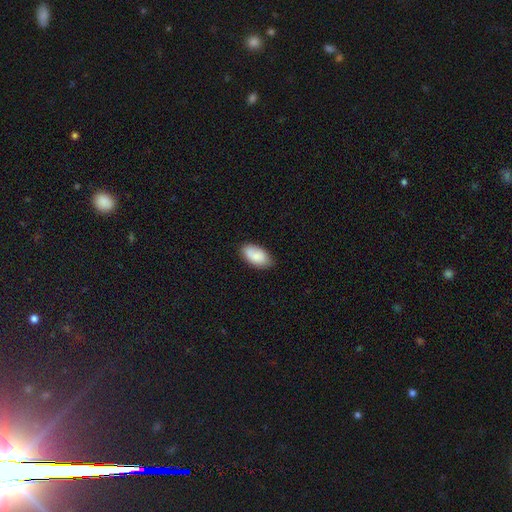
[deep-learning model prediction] Smooth or featured? smooth (81%)
How rounded? in between (94%)
Merging? none (78%)